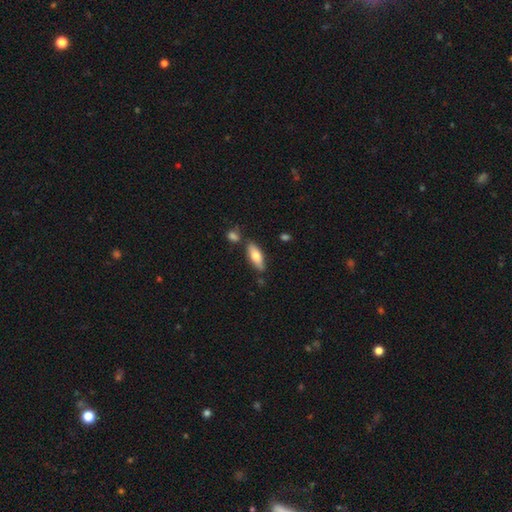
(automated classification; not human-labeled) Morphology: type=smooth (67%); roundness=in between (68%); merging=none (74%).